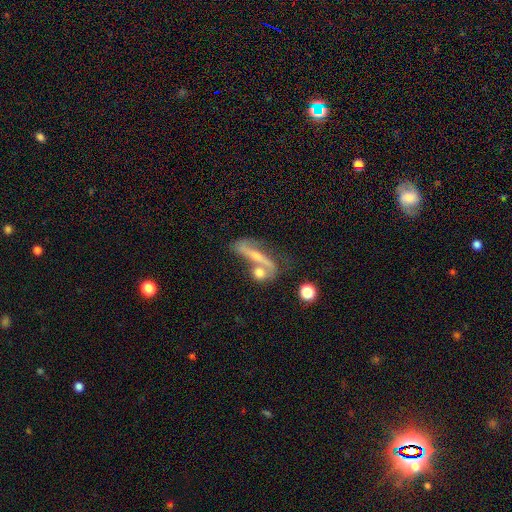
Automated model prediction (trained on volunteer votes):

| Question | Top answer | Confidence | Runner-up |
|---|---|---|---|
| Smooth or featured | featured or disk | 56% | smooth (34%) |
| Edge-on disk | no | 57% | yes (43%) |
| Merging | none | 36% | merger (34%) |